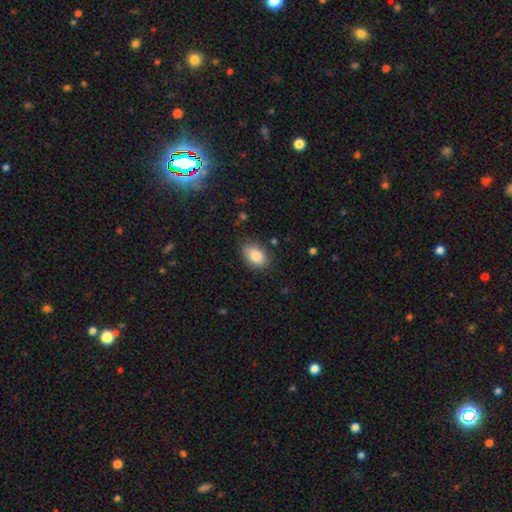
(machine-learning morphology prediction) Smooth or featured? smooth (87%)
How rounded? in between (90%)
Merging? none (79%)